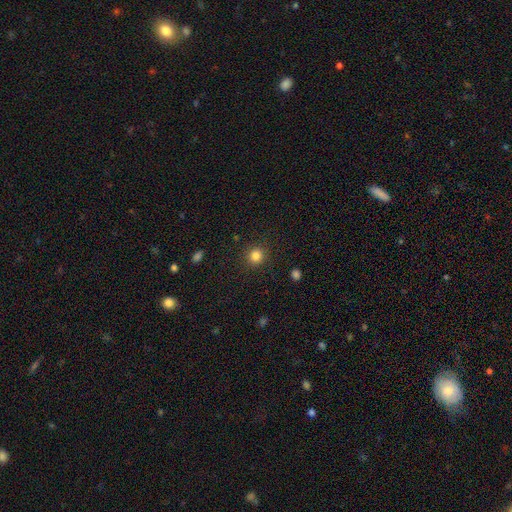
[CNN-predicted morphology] A smooth galaxy with no disk features (83%) that is round (91%). Merging: none (90%).